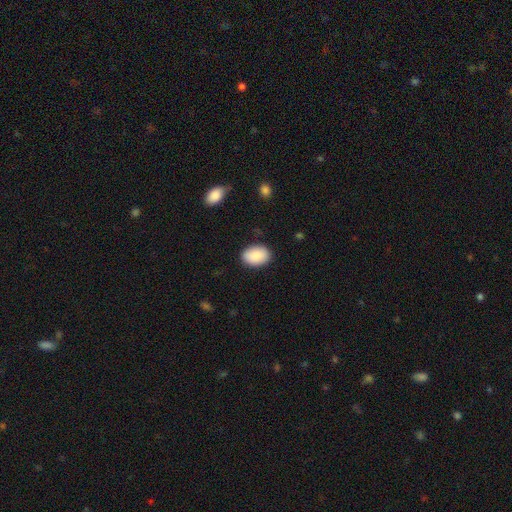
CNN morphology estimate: A smooth galaxy with no disk features (90%) that is in between round and cigar-shaped (86%).

Vote fractions:
- Smooth or featured? smooth: 90% / star or artifact: 6% / featured or disk: 4%
- How rounded? in between: 86% / round: 13% / cigar-shaped: 1%
- Merging? none: 87% / minor disturbance: 10% / major disturbance: 2% / merger: 1%